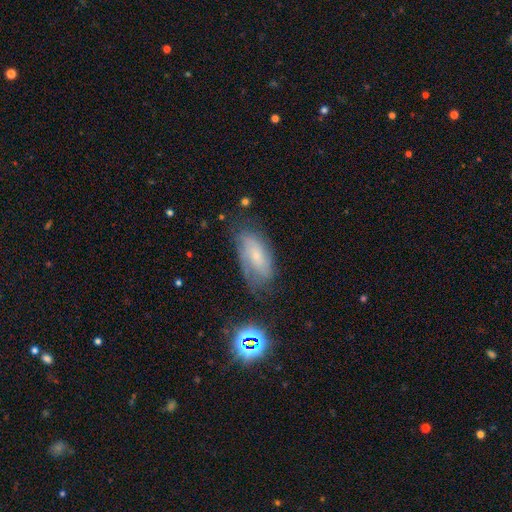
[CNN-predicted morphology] Q: Smooth or featured?
A: featured or disk (56%); runner-up: smooth (31%)
Q: Edge-on disk?
A: no (91%); runner-up: yes (9%)
Q: Bar?
A: no (67%); runner-up: weak (27%)
Q: Spiral arms?
A: yes (82%); runner-up: no (18%)
Q: Bulge size?
A: small (74%); runner-up: moderate (19%)
Q: Merging?
A: none (60%); runner-up: minor disturbance (26%)